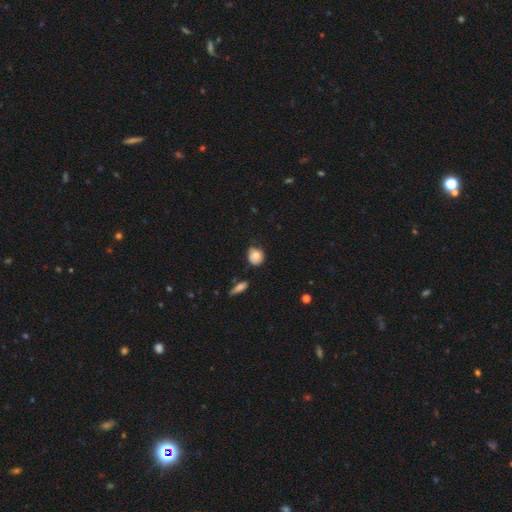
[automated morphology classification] Overall: smooth (75%). How rounded: round (70%). Merging: none (68%).